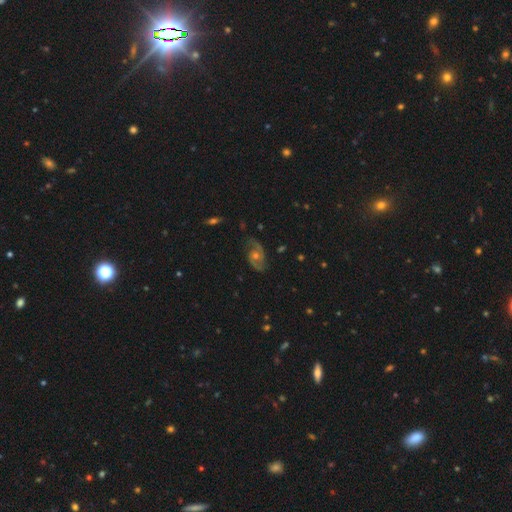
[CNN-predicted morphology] This appears to be a featured or disk galaxy (76%) with no bar (70%), 2 (81%) medium (47%) spiral arms (92%) and a moderate central bulge (58%). Merging: none (73%).